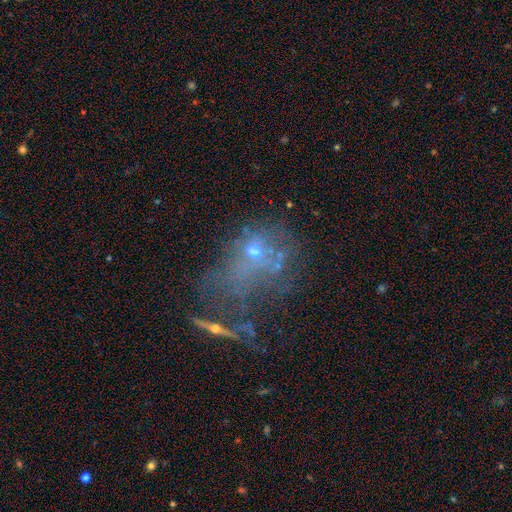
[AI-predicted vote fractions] smooth-or-featured: featured or disk: 40% | star or artifact: 32% | smooth: 28%
  merging: major disturbance: 36% | none: 28% | merger: 22% | minor disturbance: 14%